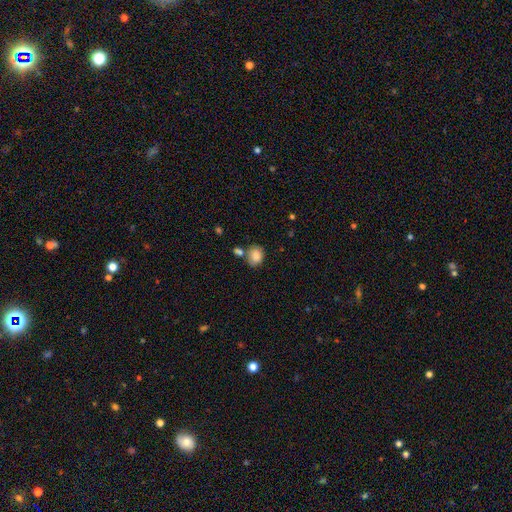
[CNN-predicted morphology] Smooth or featured: smooth — 86% (star or artifact — 8%)
How rounded: in between — 51% (round — 48%)
Merging: none — 64% (merger — 16%)